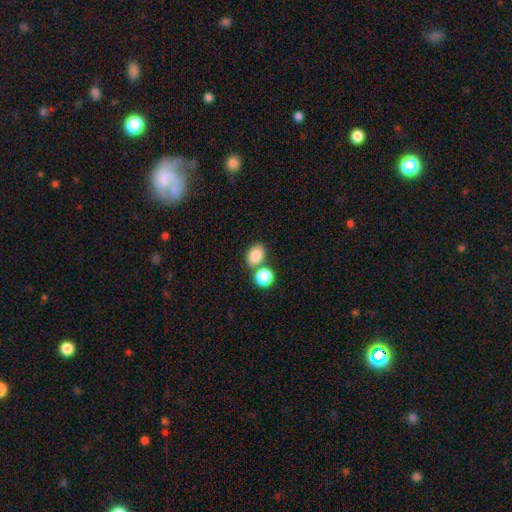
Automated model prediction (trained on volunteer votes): smooth-or-featured: smooth: 84% | star or artifact: 10% | featured or disk: 6%
  how-rounded: in between: 71% | round: 28% | cigar-shaped: 1%
  merging: none: 61% | merger: 26% | minor disturbance: 10% | major disturbance: 3%